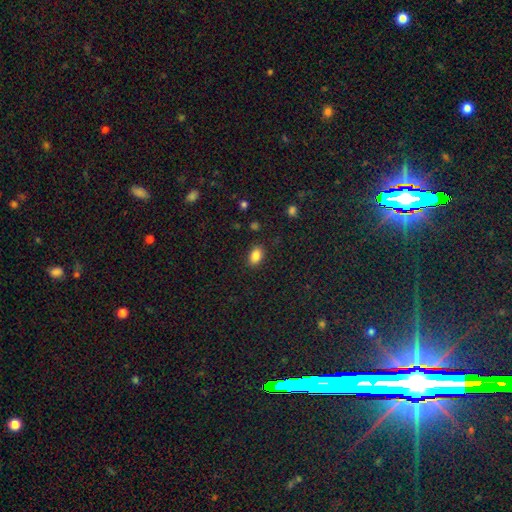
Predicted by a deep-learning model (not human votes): This is clearly a smooth galaxy (86%). How rounded: clearly in between (85%). Merging: clearly none (86%).